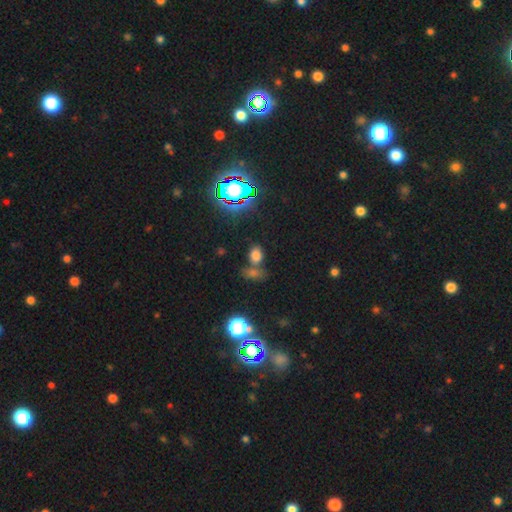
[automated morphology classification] type=smooth (67%); roundness=in between (59%); merging=none (53%).